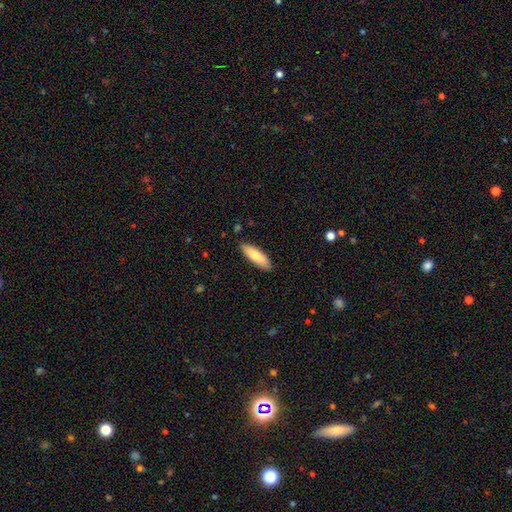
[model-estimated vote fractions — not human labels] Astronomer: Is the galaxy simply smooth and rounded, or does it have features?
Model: smooth — 78%.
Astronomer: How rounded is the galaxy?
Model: cigar-shaped — 50% (runner-up: in between, 48%).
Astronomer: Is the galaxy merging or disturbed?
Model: none — 87%.